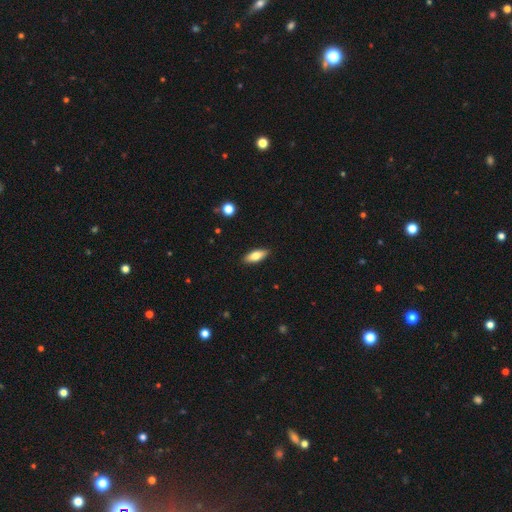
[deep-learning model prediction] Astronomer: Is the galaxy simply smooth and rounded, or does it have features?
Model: smooth — 74%.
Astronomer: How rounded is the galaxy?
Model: in between — 72%.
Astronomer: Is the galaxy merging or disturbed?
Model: none — 90%.